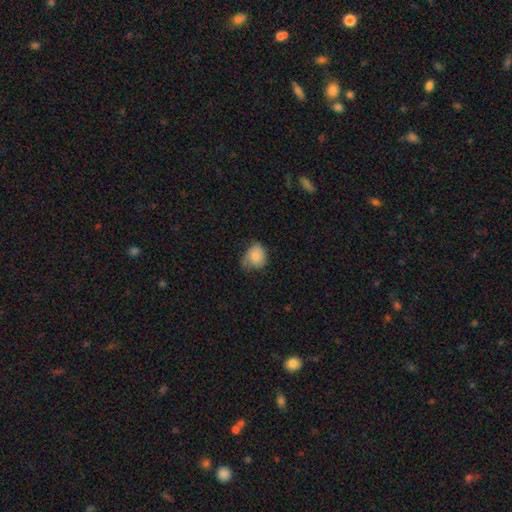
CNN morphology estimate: Q: Smooth or featured?
A: smooth (81%); runner-up: featured or disk (11%)
Q: How rounded?
A: round (59%); runner-up: in between (40%)
Q: Merging?
A: none (44%); runner-up: minor disturbance (42%)